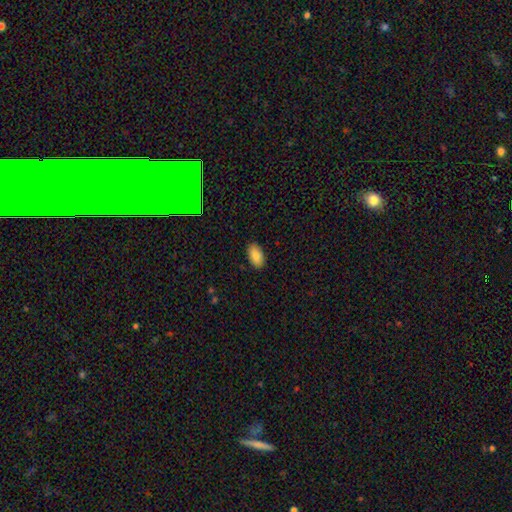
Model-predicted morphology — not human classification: type=smooth (85%); roundness=in between (94%); merging=none (89%).